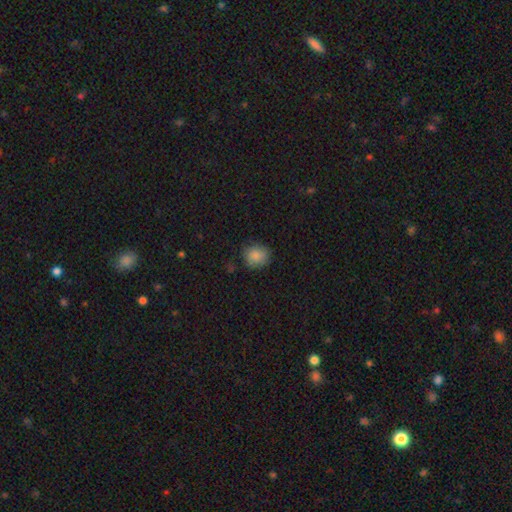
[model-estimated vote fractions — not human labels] The model was most divided on "how rounded": round: 78%, in between: 21%, cigar-shaped: 1%. More confident: smooth or featured — smooth (86%); merging — none (80%).